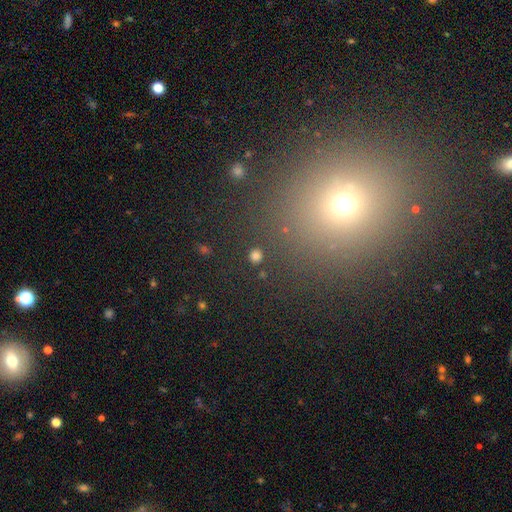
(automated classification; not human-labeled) Smooth or featured? smooth (79%)
How rounded? round (91%)
Merging? none (89%)